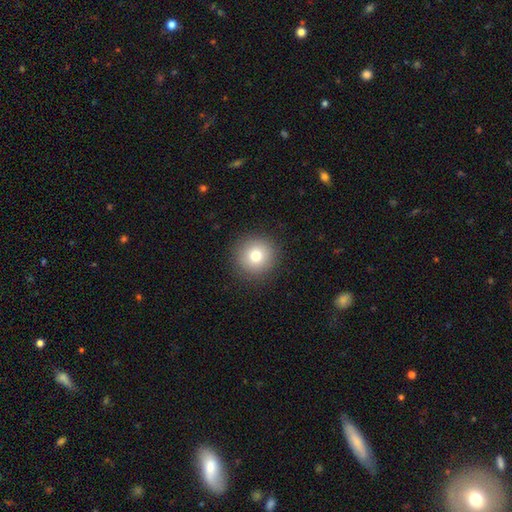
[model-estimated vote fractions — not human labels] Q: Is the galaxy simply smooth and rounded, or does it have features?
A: smooth — 78%.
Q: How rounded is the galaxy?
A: round — 95%.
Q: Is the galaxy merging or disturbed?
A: none — 91%.